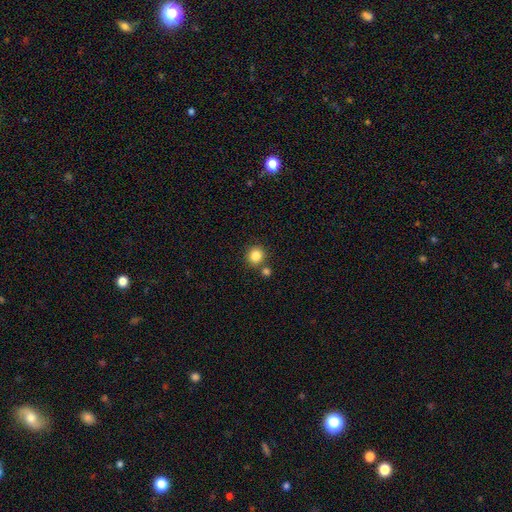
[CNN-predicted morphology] Q: Smooth or featured?
A: smooth (84%); runner-up: star or artifact (11%)
Q: How rounded?
A: round (91%); runner-up: in between (8%)
Q: Merging?
A: none (75%); runner-up: merger (14%)